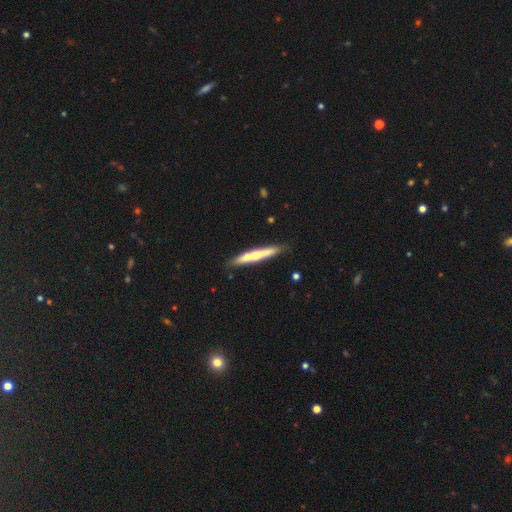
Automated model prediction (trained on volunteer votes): Smooth or featured? Predicted: featured or disk (p=0.50). Merging? Predicted: none (p=0.83).